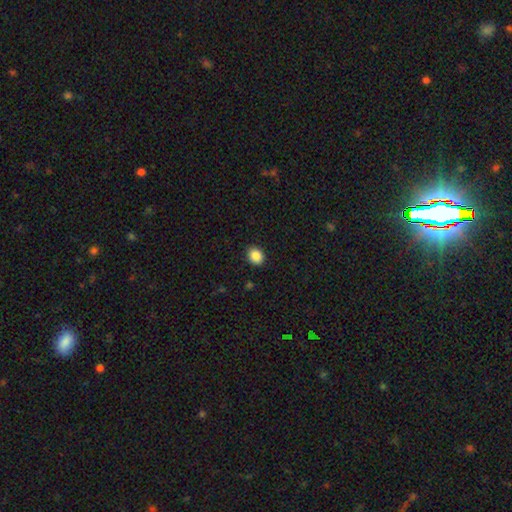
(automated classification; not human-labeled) A smooth galaxy with no disk features (88%) that is round (54%).

Vote fractions:
- Smooth or featured? smooth: 88% / star or artifact: 9% / featured or disk: 3%
- How rounded? round: 54% / in between: 46% / cigar-shaped: 1%
- Merging? none: 91% / minor disturbance: 6% / major disturbance: 2% / merger: 1%